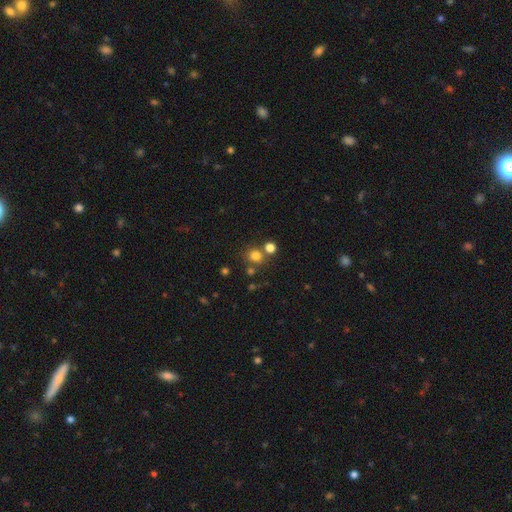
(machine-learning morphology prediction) Smooth or featured? smooth (76%)
How rounded? round (86%)
Merging? none (69%)